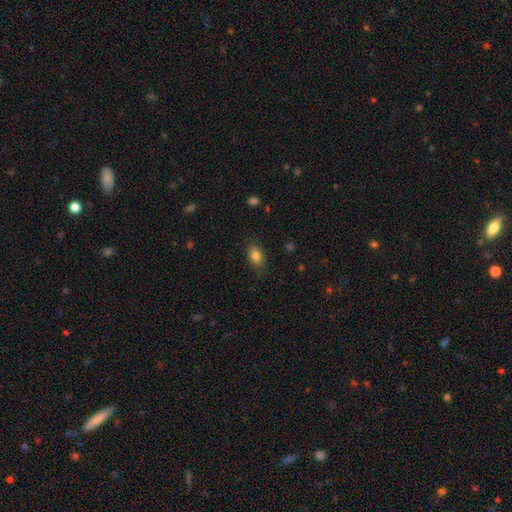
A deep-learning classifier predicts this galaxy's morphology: smooth 83%, star or artifact 9%, featured or disk 8%. Down the decision tree: how rounded — in between (82%); merging — none (81%).